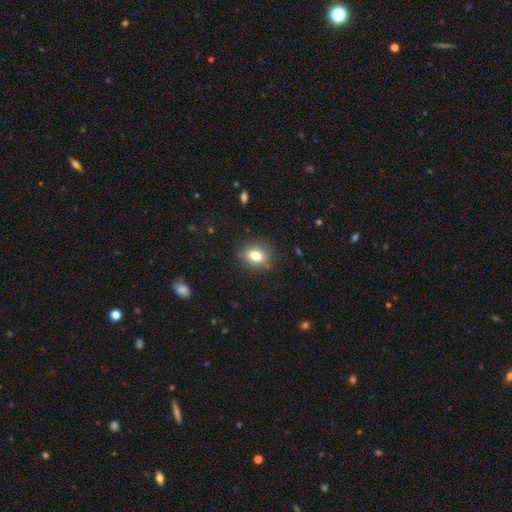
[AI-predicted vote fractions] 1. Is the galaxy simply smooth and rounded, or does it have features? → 76% smooth, 13% featured or disk, 11% star or artifact.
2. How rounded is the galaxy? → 50% in between, 48% round, 2% cigar-shaped.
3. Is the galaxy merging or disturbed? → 83% none, 13% minor disturbance, 3% major disturbance, 1% merger.